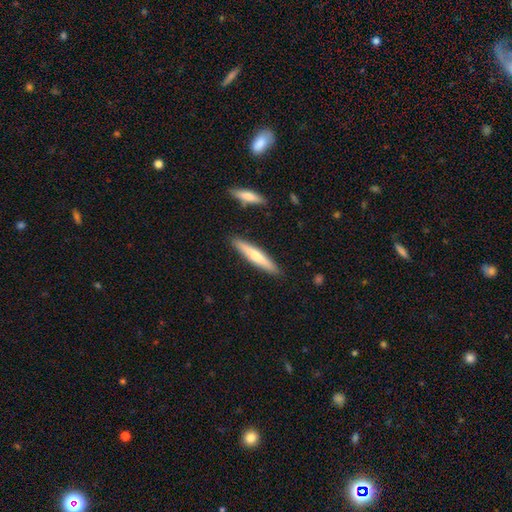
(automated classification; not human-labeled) Smooth or featured? Predicted: smooth (p=0.62). How rounded? Predicted: cigar-shaped (p=0.91). Merging? Predicted: none (p=0.88).